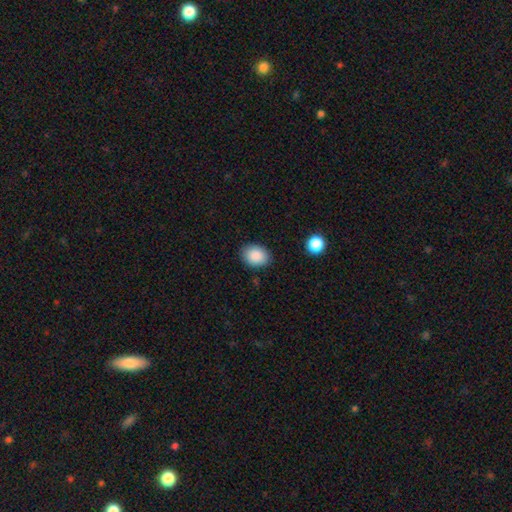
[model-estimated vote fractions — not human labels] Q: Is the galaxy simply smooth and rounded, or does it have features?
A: smooth — 89%.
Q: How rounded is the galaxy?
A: in between — 66%.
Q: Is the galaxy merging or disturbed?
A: none — 86%.